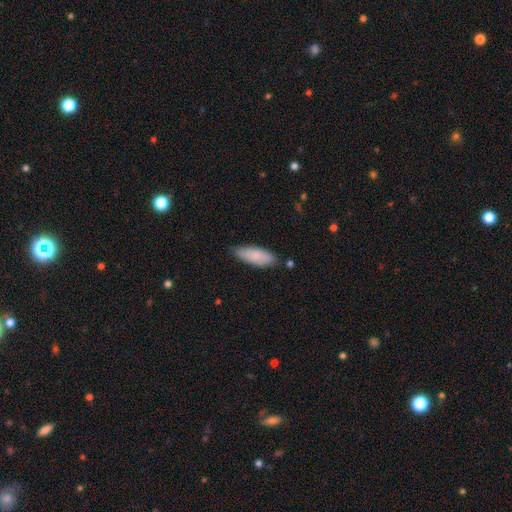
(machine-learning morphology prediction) Smooth or featured?
  - smooth: 80% *
  - featured or disk: 14%
  - star or artifact: 6%
How rounded?
  - in between: 69% *
  - cigar-shaped: 29%
  - round: 2%
Merging?
  - none: 75% *
  - minor disturbance: 20%
  - major disturbance: 3%
  - merger: 2%